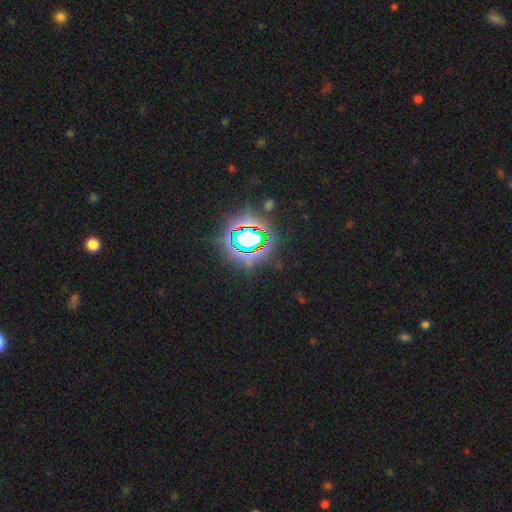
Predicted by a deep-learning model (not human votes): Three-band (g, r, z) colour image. It shows a star or artifact, not a galaxy (85%).